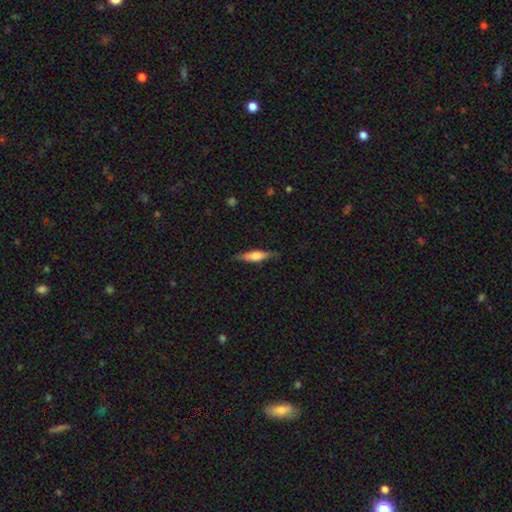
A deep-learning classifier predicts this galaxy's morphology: Smooth or featured?
  - featured or disk: 50% *
  - smooth: 43%
  - star or artifact: 6%
Edge-on disk?
  - yes: 91% *
  - no: 9%
Merging?
  - none: 80% *
  - minor disturbance: 15%
  - major disturbance: 3%
  - merger: 1%